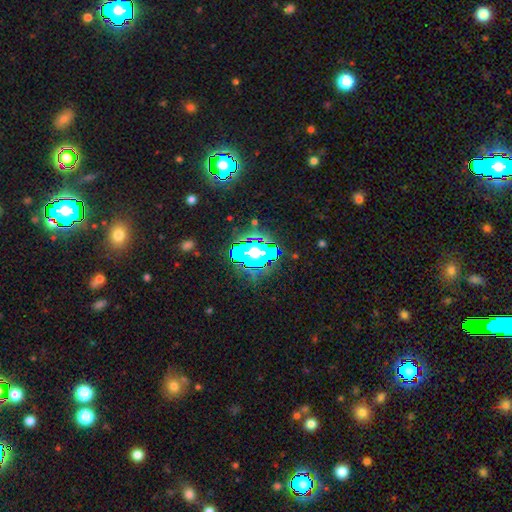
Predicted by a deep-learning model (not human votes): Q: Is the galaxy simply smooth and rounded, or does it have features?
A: star or artifact — 45%.